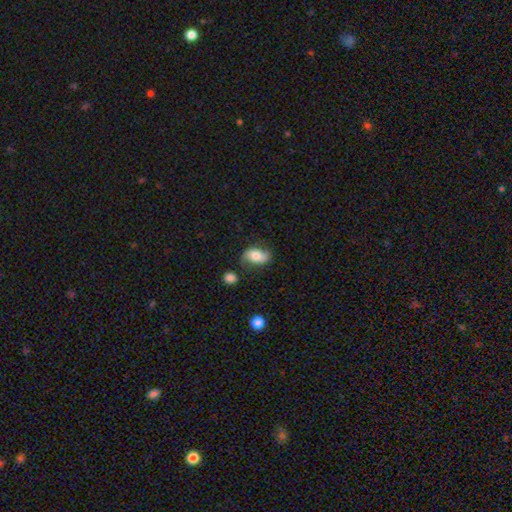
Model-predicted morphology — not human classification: The model was most divided on "smooth or featured": smooth: 54%, featured or disk: 38%, star or artifact: 8%. More confident: how rounded — in between (88%); merging — none (66%).